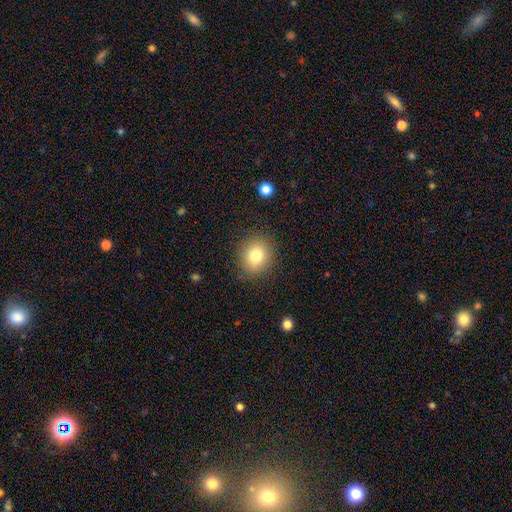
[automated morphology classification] Overall: smooth (79%). How rounded: round (74%). Merging: none (86%).